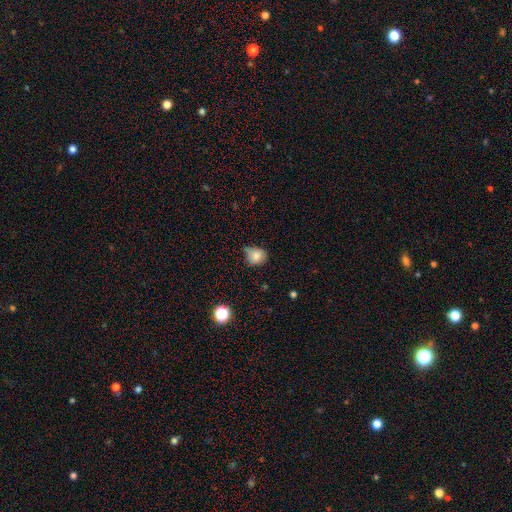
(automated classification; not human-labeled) A smooth galaxy with no disk features (81%) that is round (67%).

Vote fractions:
- Smooth or featured? smooth: 81% / star or artifact: 11% / featured or disk: 8%
- How rounded? round: 67% / in between: 32% / cigar-shaped: 1%
- Merging? none: 59% / minor disturbance: 32% / major disturbance: 6% / merger: 3%